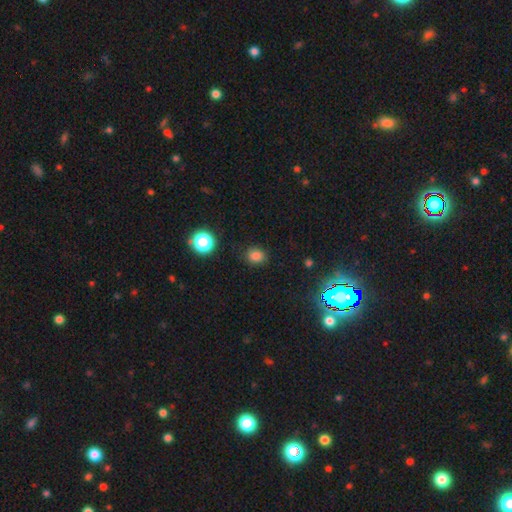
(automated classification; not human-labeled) smooth_or_featured: smooth (p=0.80) [alt: star or artifact p=0.15]
how_rounded: round (p=0.64) [alt: in between p=0.35]
merging: none (p=0.86) [alt: minor disturbance p=0.10]